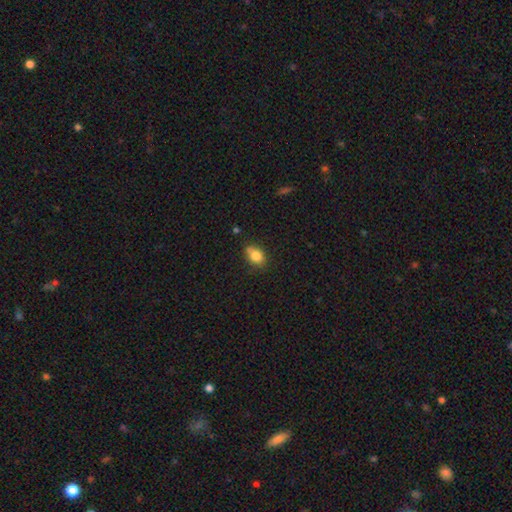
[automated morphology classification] smooth-or-featured: smooth: 83% | star or artifact: 9% | featured or disk: 8%
  how-rounded: in between: 76% | round: 22% | cigar-shaped: 2%
  merging: none: 68% | minor disturbance: 24% | merger: 5% | major disturbance: 4%